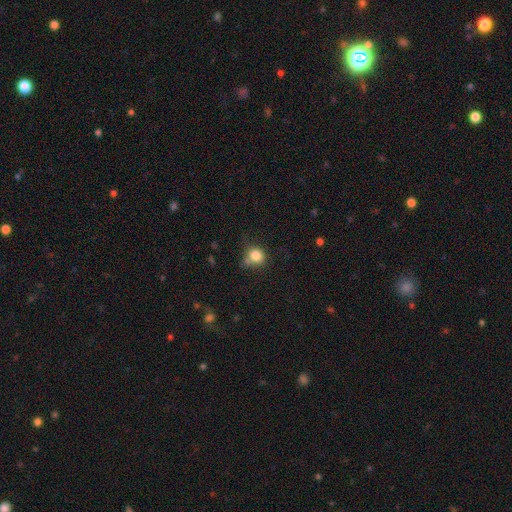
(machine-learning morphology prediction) smooth 81%, star or artifact 11%, featured or disk 7%. Down the decision tree: how rounded — round (81%); merging — none (57%).